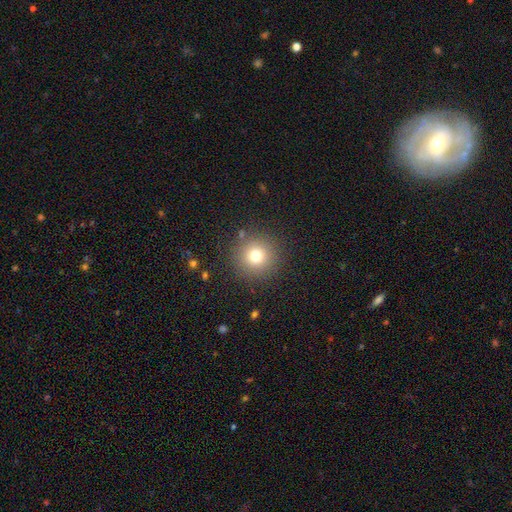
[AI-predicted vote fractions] The model was most divided on "smooth or featured": smooth: 75%, star or artifact: 15%, featured or disk: 10%. More confident: how rounded — round (96%); merging — none (89%).